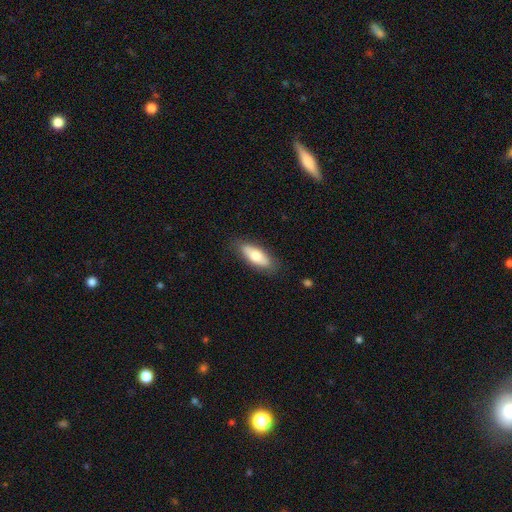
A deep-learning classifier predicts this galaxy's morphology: This appears to be a smooth galaxy with no disk features (69%) that is in between round and cigar-shaped (72%). Merging: none (82%).